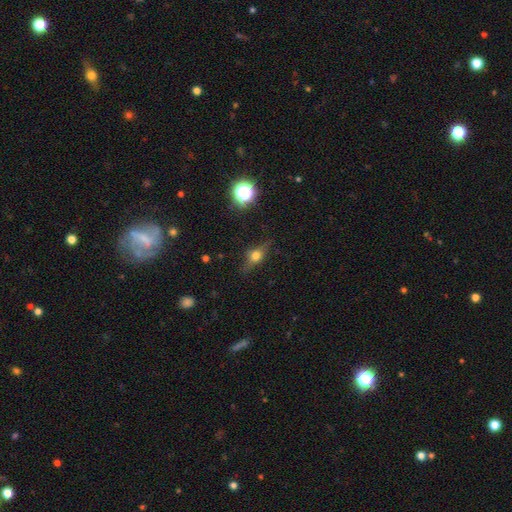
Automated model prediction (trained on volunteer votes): This appears to be a featured or disk galaxy (44%). Merging: none (79%).